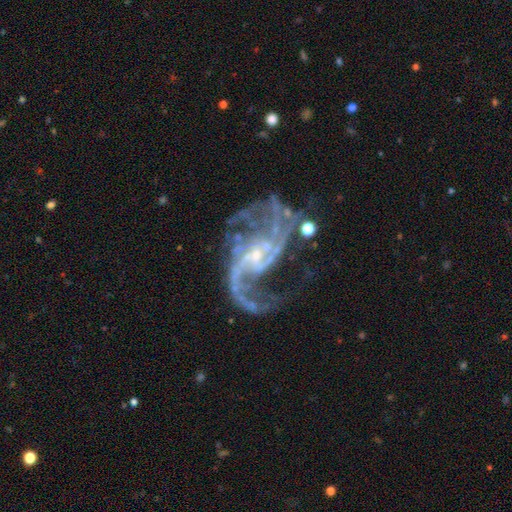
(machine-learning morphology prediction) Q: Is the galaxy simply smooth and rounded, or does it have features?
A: featured or disk — 90%.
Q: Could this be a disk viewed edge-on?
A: no — 98%.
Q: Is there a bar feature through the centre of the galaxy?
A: no — 47%.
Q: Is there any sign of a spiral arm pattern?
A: yes — 97%.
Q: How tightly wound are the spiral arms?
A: loose — 53%.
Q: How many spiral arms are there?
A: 2 — 52%.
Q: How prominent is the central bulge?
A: small — 77%.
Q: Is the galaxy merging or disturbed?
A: none — 46%.